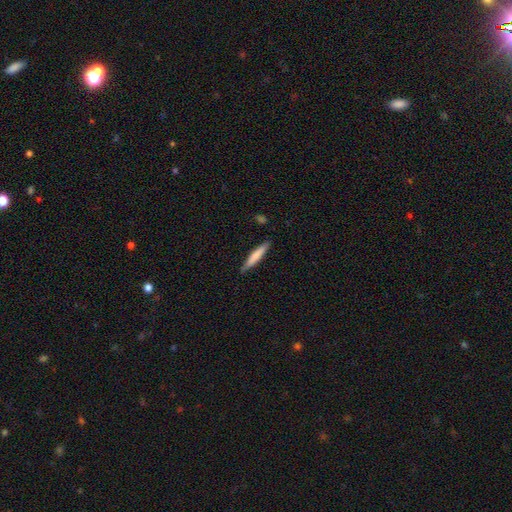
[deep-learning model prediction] The model was most divided on "smooth or featured": smooth: 71%, featured or disk: 24%, star or artifact: 5%. More confident: how rounded — cigar-shaped (93%); merging — none (87%).